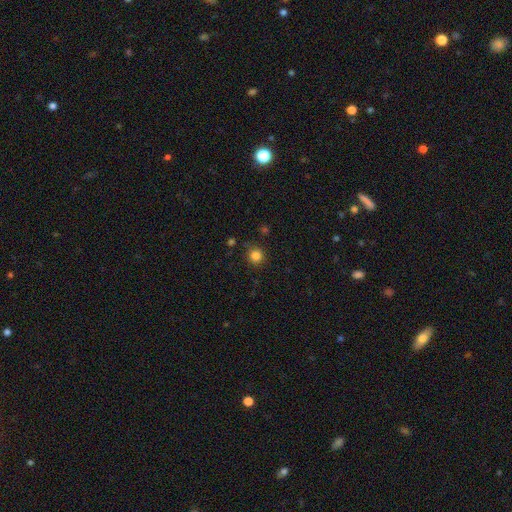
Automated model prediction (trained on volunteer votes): smooth 83%, star or artifact 13%, featured or disk 4%. Down the decision tree: how rounded — round (93%); merging — none (87%).